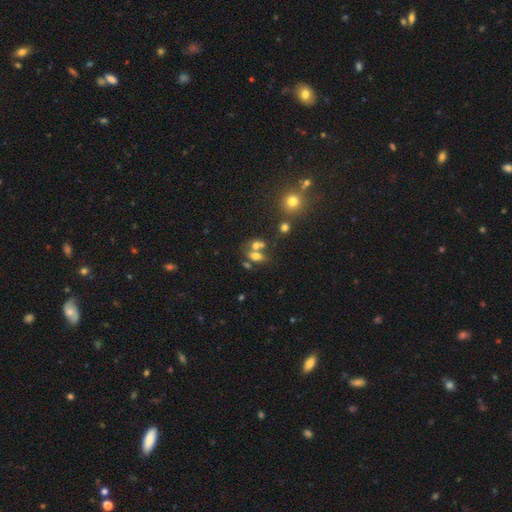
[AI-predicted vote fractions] Smooth or featured? Predicted: smooth (p=0.62). How rounded? Predicted: in between (p=0.74). Merging? Predicted: merger (p=0.49).